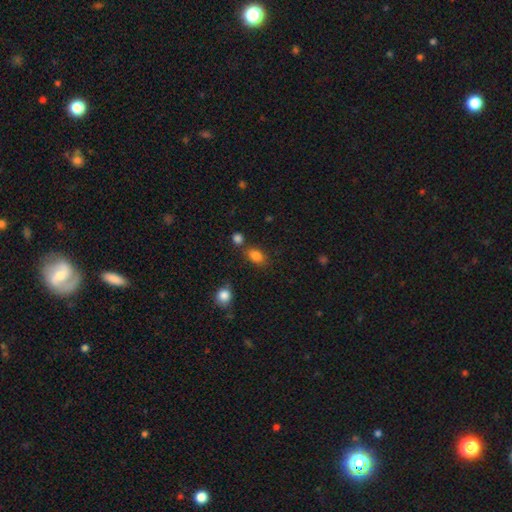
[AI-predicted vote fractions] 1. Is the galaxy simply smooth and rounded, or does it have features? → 84% smooth, 11% star or artifact, 5% featured or disk.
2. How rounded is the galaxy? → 77% in between, 21% round, 2% cigar-shaped.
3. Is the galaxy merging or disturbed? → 70% none, 14% minor disturbance, 12% merger, 4% major disturbance.